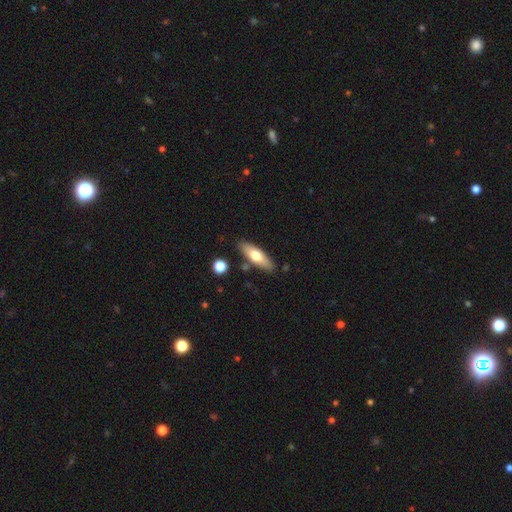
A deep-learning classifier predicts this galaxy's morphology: Q: Smooth or featured?
A: smooth (64%); runner-up: featured or disk (30%)
Q: How rounded?
A: in between (51%); runner-up: cigar-shaped (46%)
Q: Merging?
A: none (83%); runner-up: minor disturbance (10%)